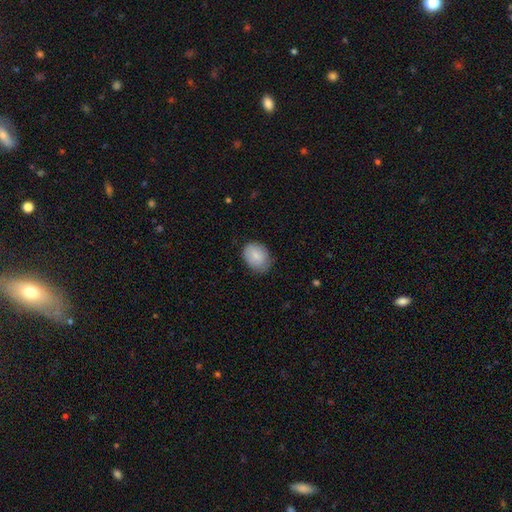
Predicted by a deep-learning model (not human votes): This appears to be a smooth galaxy with no disk features (83%) that is in between round and cigar-shaped (66%). Merging: none (73%).